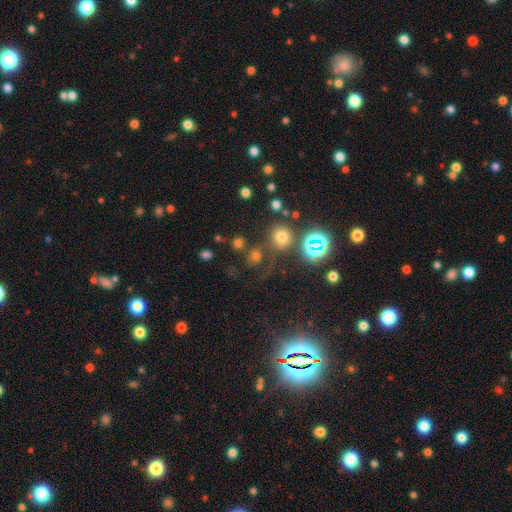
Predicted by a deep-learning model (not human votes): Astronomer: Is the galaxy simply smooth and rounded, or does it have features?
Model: smooth — 56% (runner-up: star or artifact, 33%).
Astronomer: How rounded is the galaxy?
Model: round — 84%.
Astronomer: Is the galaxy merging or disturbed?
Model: none — 66%.